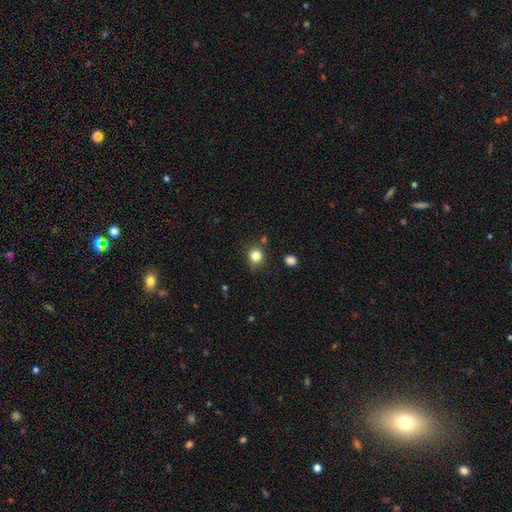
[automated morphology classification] A smooth galaxy with no disk features (82%) that is round (81%).

Vote fractions:
- Smooth or featured? smooth: 82% / star or artifact: 12% / featured or disk: 6%
- How rounded? round: 81% / in between: 18% / cigar-shaped: 1%
- Merging? none: 76% / minor disturbance: 16% / merger: 4% / major disturbance: 4%